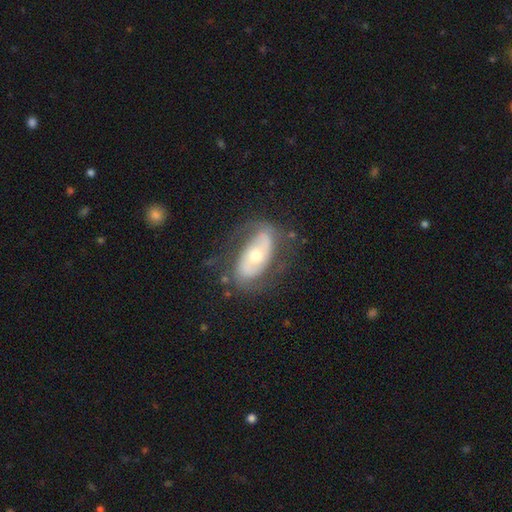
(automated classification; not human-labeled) Smooth or featured: featured or disk — 68% (smooth — 26%)
Edge-on disk: no — 91% (yes — 9%)
Bar: no — 63% (weak — 22%)
Spiral arms: yes — 66% (no — 34%)
Bulge size: moderate — 66% (small — 25%)
Merging: none — 68% (minor disturbance — 18%)